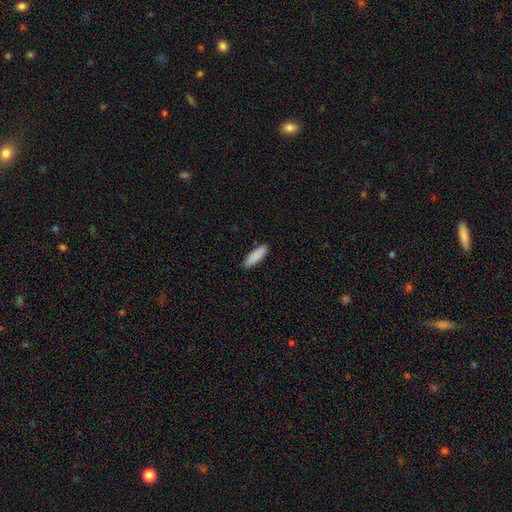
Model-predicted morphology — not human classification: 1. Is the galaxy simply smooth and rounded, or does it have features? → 89% smooth, 6% star or artifact, 5% featured or disk.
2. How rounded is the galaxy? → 52% cigar-shaped, 46% in between, 1% round.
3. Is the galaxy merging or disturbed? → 89% none, 8% minor disturbance, 2% major disturbance, 1% merger.